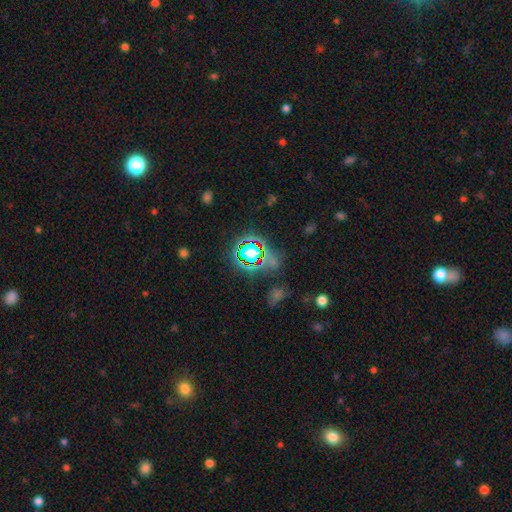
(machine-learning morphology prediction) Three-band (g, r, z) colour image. It shows a star or artifact, not a galaxy (77%).